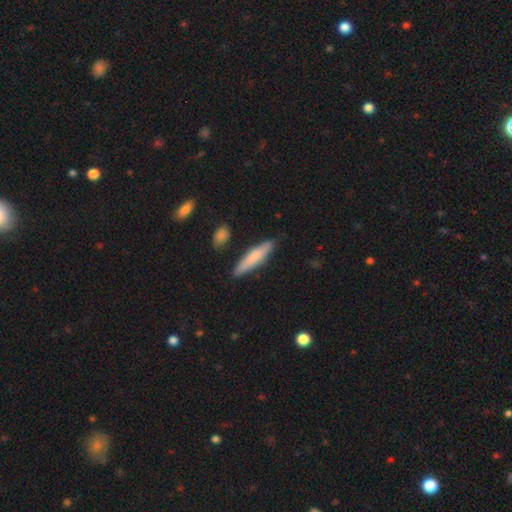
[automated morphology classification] Q: Smooth or featured?
A: smooth (68%); runner-up: featured or disk (26%)
Q: How rounded?
A: cigar-shaped (85%); runner-up: in between (14%)
Q: Merging?
A: none (84%); runner-up: minor disturbance (11%)